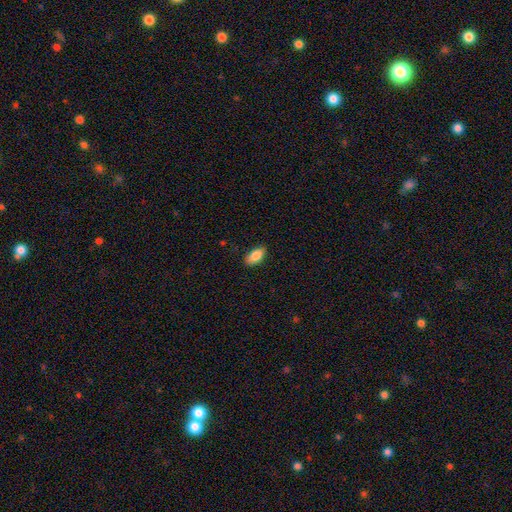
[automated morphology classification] This is clearly a smooth galaxy (85%). How rounded: clearly in between (91%). Merging: clearly none (86%).